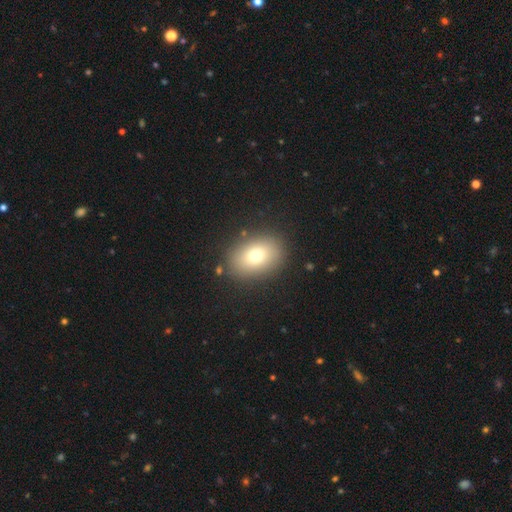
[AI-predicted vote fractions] smooth_or_featured: smooth (p=0.75) [alt: featured or disk p=0.14]
how_rounded: in between (p=0.77) [alt: round p=0.22]
merging: none (p=0.87) [alt: minor disturbance p=0.08]